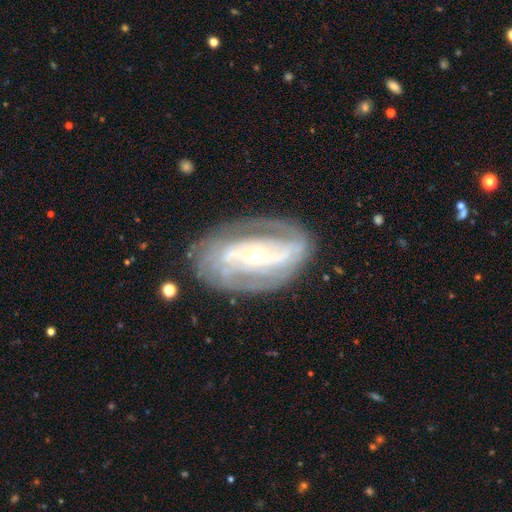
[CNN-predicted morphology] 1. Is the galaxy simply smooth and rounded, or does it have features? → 85% featured or disk, 10% smooth, 6% star or artifact.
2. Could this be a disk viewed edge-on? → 94% no, 6% yes.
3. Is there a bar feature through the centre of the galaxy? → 38% strong, 34% no, 28% weak.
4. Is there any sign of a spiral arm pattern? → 88% yes, 12% no.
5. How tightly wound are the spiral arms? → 51% tight, 34% medium, 15% loose.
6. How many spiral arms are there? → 56% 2, 24% can't tell, 9% 3, 4% 1, 4% 4, 3% more than 4.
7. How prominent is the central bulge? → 63% small, 33% moderate, 3% large, 1% dominant, 1% none.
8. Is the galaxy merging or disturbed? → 74% none, 16% minor disturbance, 8% major disturbance, 2% merger.